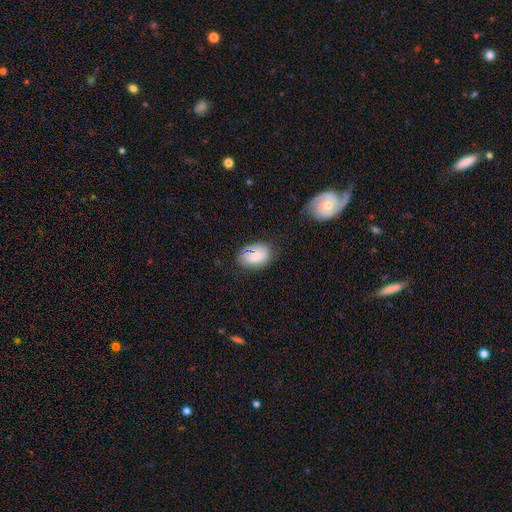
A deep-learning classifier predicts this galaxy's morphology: type=smooth (76%); roundness=in between (87%); merging=none (74%).